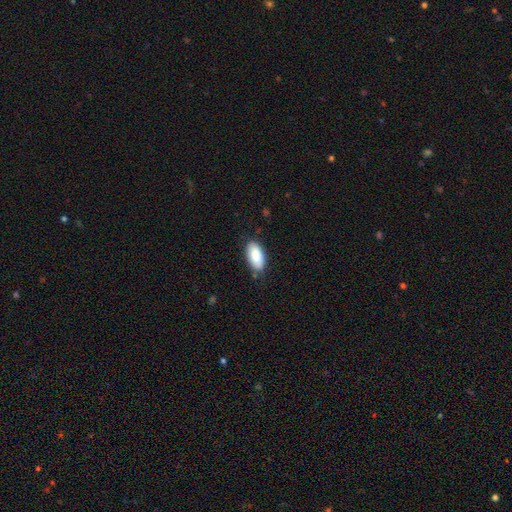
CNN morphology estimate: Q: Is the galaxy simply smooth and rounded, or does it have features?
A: smooth — 88%.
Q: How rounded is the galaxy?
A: in between — 93%.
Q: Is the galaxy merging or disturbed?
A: none — 79%.